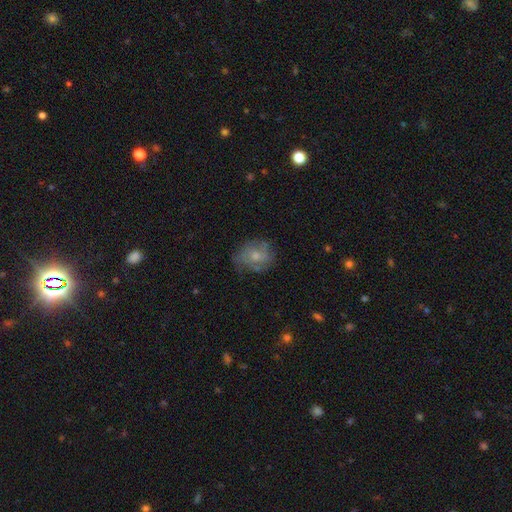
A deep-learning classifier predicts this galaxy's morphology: Overall: featured or disk (46%; smooth 45%). Merging: none (65%).